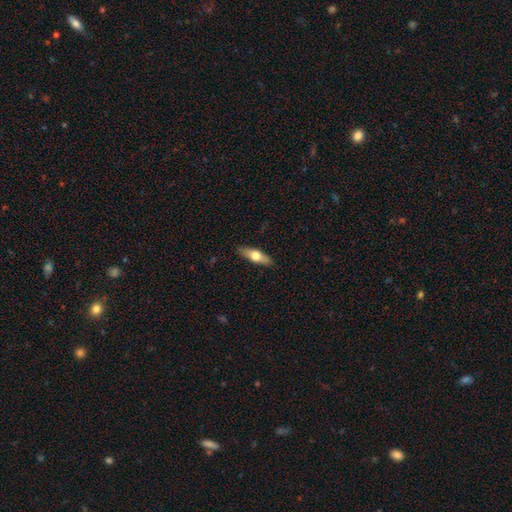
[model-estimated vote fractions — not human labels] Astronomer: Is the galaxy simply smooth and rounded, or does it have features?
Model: smooth — 54% (runner-up: featured or disk, 40%).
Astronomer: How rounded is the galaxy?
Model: in between — 49% (runner-up: cigar-shaped, 48%).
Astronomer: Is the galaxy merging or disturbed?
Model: none — 89%.